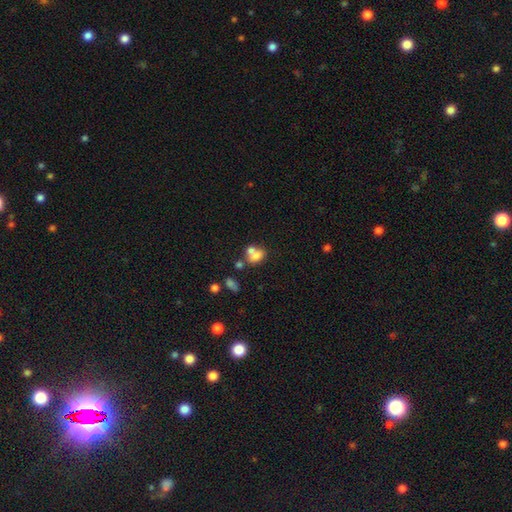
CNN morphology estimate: This appears to be a smooth galaxy with no disk features (68%) that is in between round and cigar-shaped (62%). Merging: merger (53%).